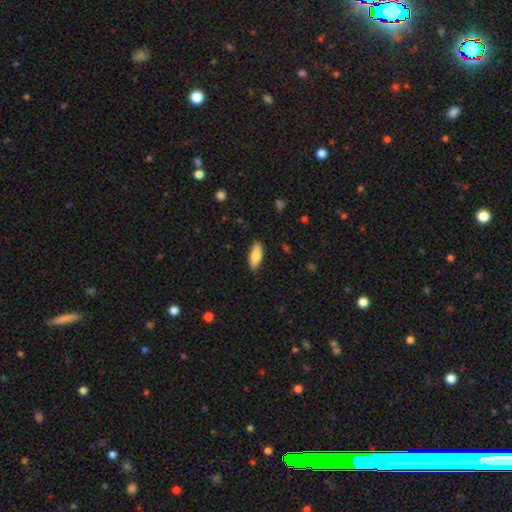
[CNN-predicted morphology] smooth_or_featured: smooth (p=0.82) [alt: featured or disk p=0.12]
how_rounded: in between (p=0.76) [alt: cigar-shaped p=0.22]
merging: none (p=0.87) [alt: minor disturbance p=0.10]